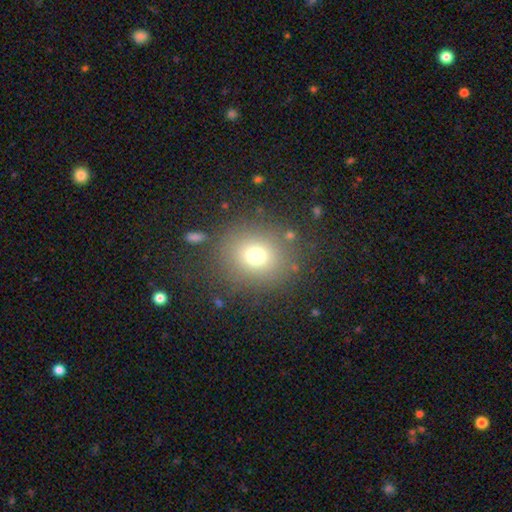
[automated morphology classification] Smooth or featured?
  - smooth: 72% *
  - star or artifact: 17%
  - featured or disk: 11%
How rounded?
  - round: 81% *
  - in between: 18%
  - cigar-shaped: 1%
Merging?
  - none: 82% *
  - minor disturbance: 9%
  - major disturbance: 6%
  - merger: 3%